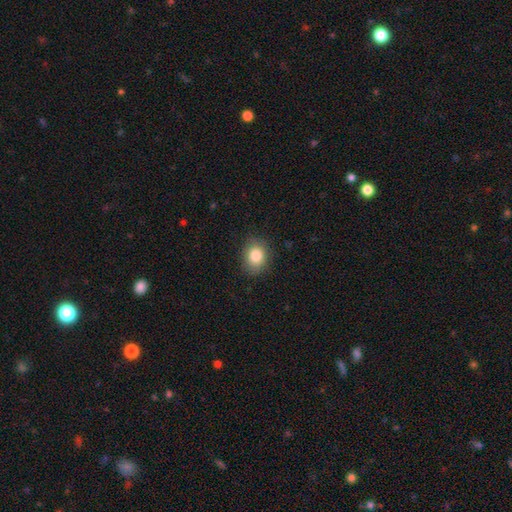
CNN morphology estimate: type=smooth (84%); roundness=in between (50%); merging=none (84%).